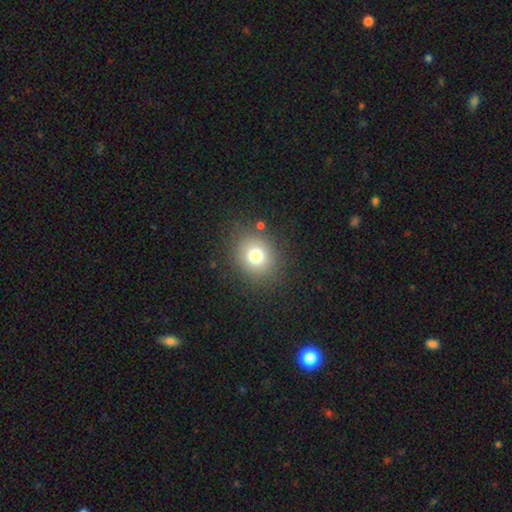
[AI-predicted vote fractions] Smooth or featured? Predicted: smooth (p=0.74). How rounded? Predicted: round (p=0.70). Merging? Predicted: none (p=0.83).